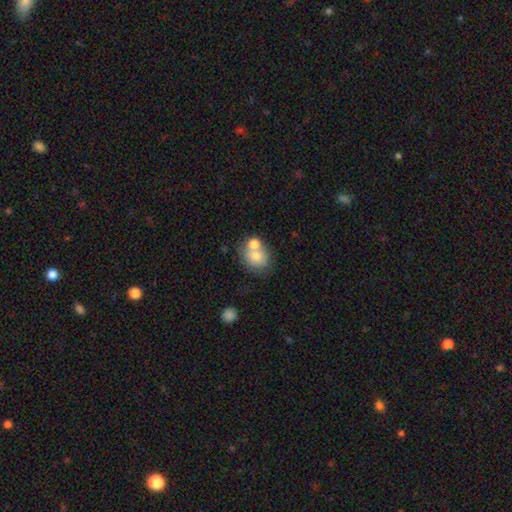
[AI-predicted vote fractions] A smooth galaxy with no disk features (71%) that is round (66%). Merging: none (45%).